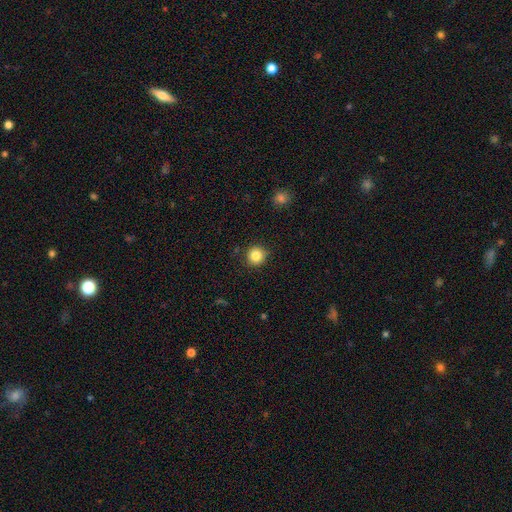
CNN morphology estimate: Smooth or featured? smooth (84%)
How rounded? round (93%)
Merging? none (90%)